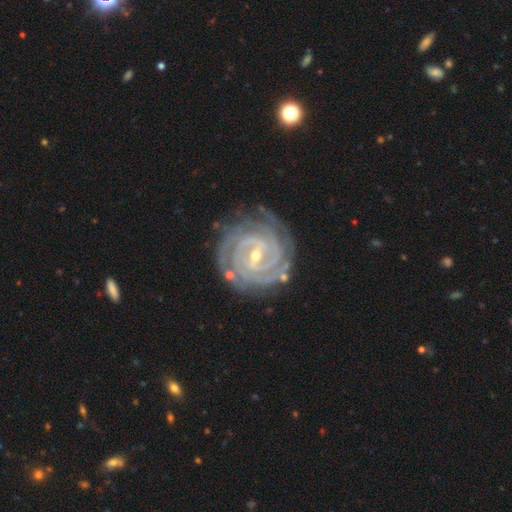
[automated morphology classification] The model was most divided on "spiral arm count": 2: 27%, 3: 24%, 4: 22%, can't tell: 13%, more than 4: 8%, 1: 6%. Remaining: spiral arms — yes (99%); edge-on disk — no (98%); smooth or featured — featured or disk (93%); spiral winding — tight (86%); merging — none (78%); bulge size — small (62%); bar — weak (47%).